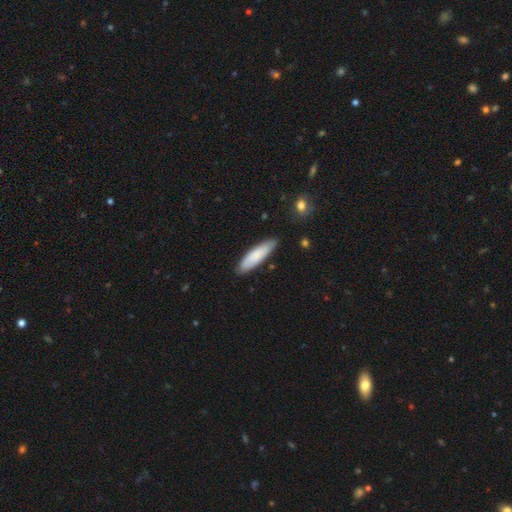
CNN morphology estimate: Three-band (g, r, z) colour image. It shows a smooth galaxy with no disk features (79%) that is cigar-shaped (67%). Merging: none (84%).